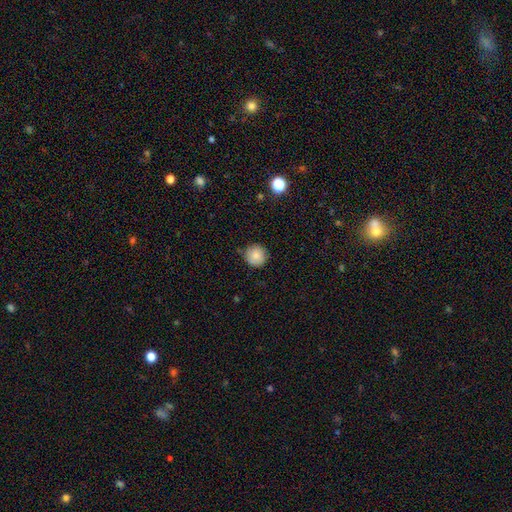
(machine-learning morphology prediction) smooth 84%, star or artifact 9%, featured or disk 7%. Down the decision tree: how rounded — round (95%); merging — none (84%).